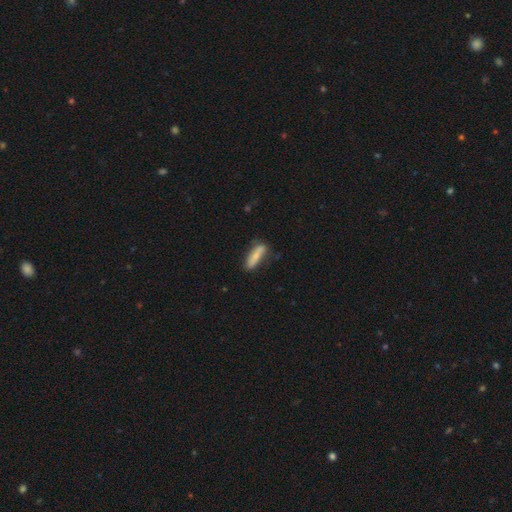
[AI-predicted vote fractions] smooth-or-featured: smooth: 69% | featured or disk: 25% | star or artifact: 6%
  how-rounded: cigar-shaped: 67% | in between: 31% | round: 2%
  merging: none: 66% | minor disturbance: 24% | major disturbance: 6% | merger: 4%